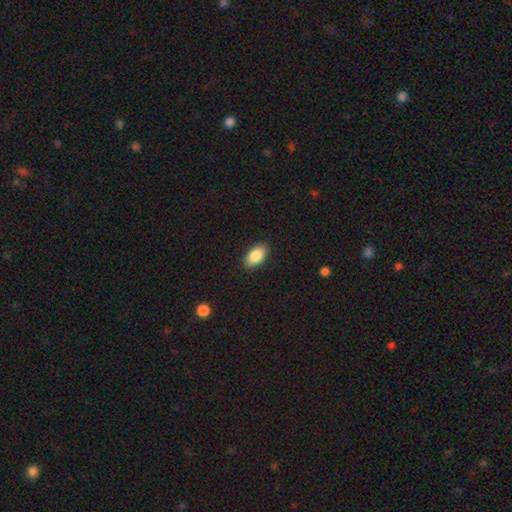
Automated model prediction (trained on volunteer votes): This is clearly a smooth galaxy (87%). How rounded: clearly in between (93%). Merging: clearly none (89%).